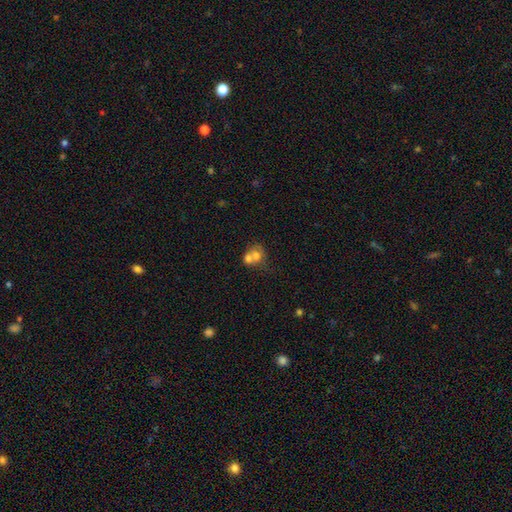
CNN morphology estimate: A smooth galaxy with no disk features (65%) that is round (66%).

Vote fractions:
- Smooth or featured? smooth: 65% / featured or disk: 25% / star or artifact: 10%
- How rounded? round: 66% / in between: 33% / cigar-shaped: 1%
- Merging? merger: 65% / none: 22% / minor disturbance: 8% / major disturbance: 4%